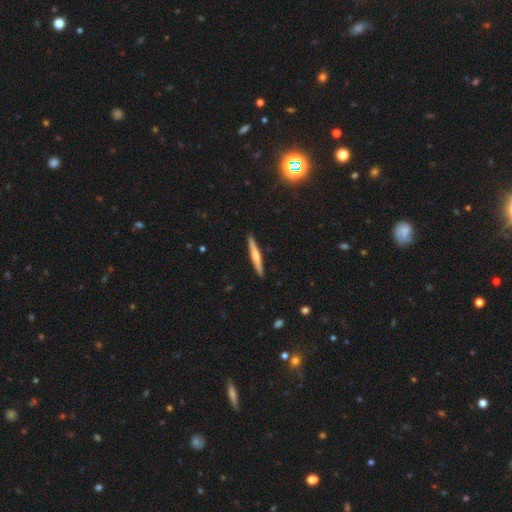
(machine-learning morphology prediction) featured or disk 53%, smooth 42%, star or artifact 5%. Down the decision tree: edge-on disk — yes (97%); edge-on bulge — rounded (72%); merging — none (91%).